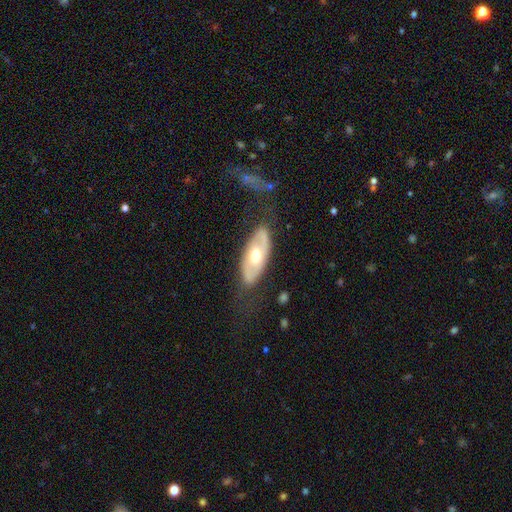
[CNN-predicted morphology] Smooth or featured: featured or disk — 58% (smooth — 37%)
Edge-on disk: no — 83% (yes — 17%)
Merging: none — 71% (minor disturbance — 19%)